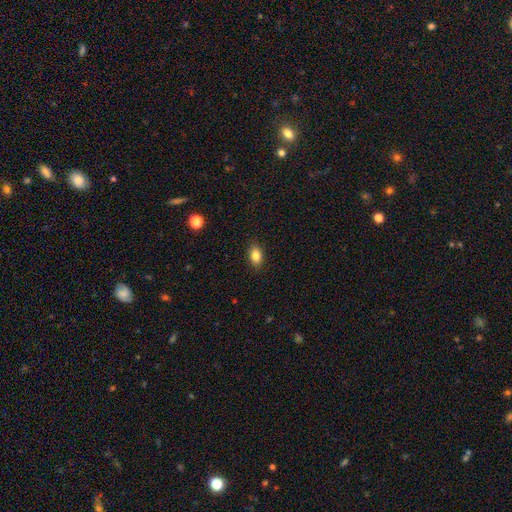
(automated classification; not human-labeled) Q: Smooth or featured?
A: smooth (84%); runner-up: star or artifact (9%)
Q: How rounded?
A: in between (85%); runner-up: round (12%)
Q: Merging?
A: none (88%); runner-up: minor disturbance (9%)